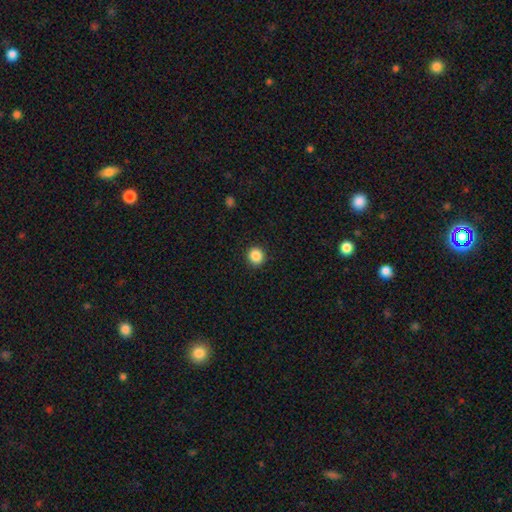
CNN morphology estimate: smooth_or_featured: smooth (p=0.87) [alt: star or artifact p=0.10]
how_rounded: round (p=0.91) [alt: in between p=0.08]
merging: none (p=0.92) [alt: minor disturbance p=0.05]